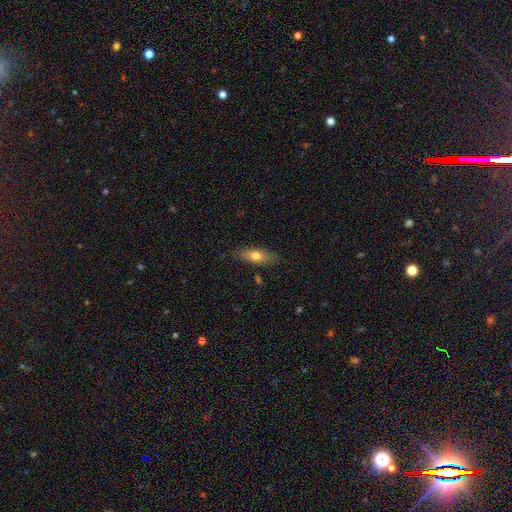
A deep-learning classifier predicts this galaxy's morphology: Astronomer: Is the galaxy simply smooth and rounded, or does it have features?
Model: smooth — 68%.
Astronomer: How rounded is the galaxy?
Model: in between — 68%.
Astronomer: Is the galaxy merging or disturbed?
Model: none — 82%.